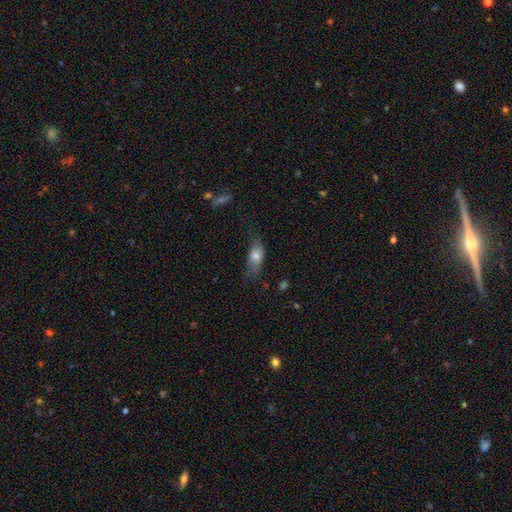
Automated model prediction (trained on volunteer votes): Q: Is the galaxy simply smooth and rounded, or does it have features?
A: smooth — 71%.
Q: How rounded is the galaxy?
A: in between — 75%.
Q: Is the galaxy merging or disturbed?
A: none — 51%.